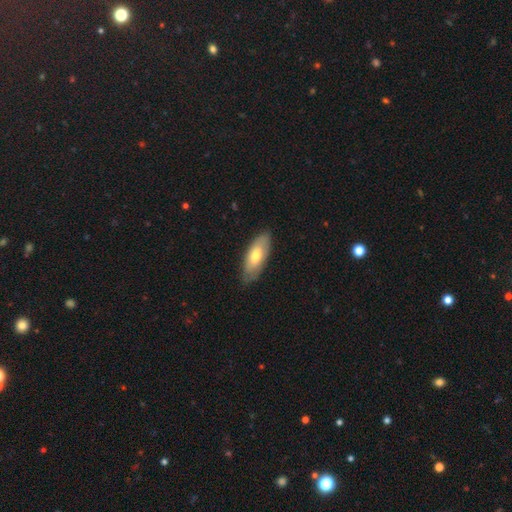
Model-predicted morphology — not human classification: A smooth galaxy with no disk features (64%) that is in between round and cigar-shaped (79%). Merging: none (80%).